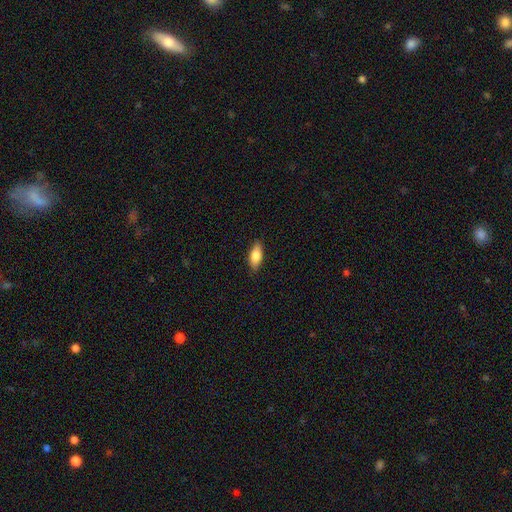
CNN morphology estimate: smooth 78%, featured or disk 16%, star or artifact 7%. Down the decision tree: how rounded — in between (77%); merging — none (87%).